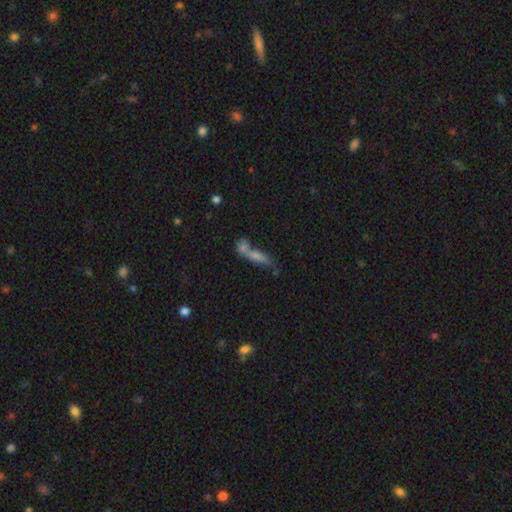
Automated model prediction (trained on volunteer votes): This is likely a smooth galaxy (64%). How rounded: likely cigar-shaped (68%). Merging: marginally merger (44%).